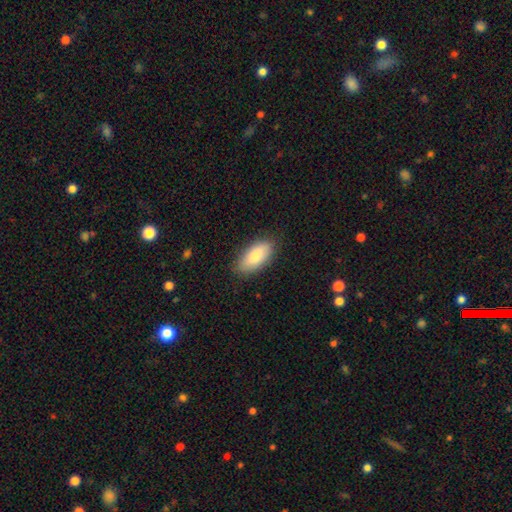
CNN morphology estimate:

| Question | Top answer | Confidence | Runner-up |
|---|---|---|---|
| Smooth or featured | smooth | 83% | featured or disk (11%) |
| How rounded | in between | 90% | cigar-shaped (8%) |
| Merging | none | 84% | minor disturbance (12%) |